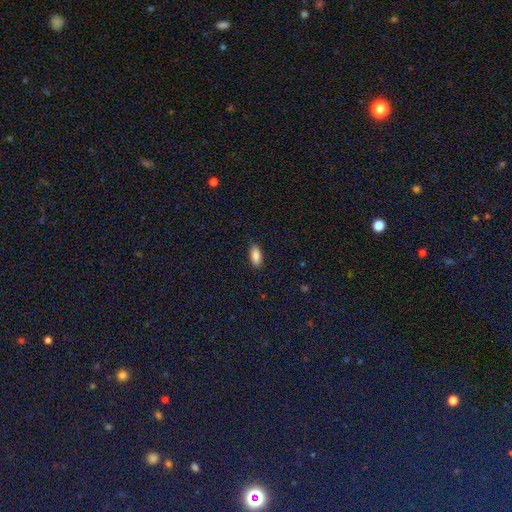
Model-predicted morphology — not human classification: smooth 85%, star or artifact 8%, featured or disk 7%. Down the decision tree: how rounded — in between (83%); merging — none (85%).